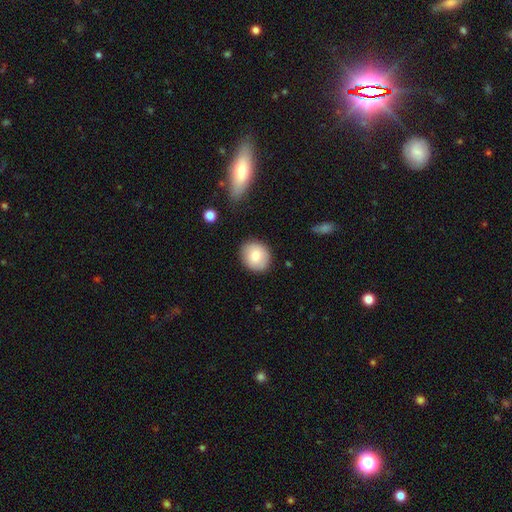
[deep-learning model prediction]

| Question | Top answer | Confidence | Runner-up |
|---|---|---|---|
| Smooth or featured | smooth | 80% | featured or disk (12%) |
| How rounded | round | 78% | in between (21%) |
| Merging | none | 87% | minor disturbance (10%) |